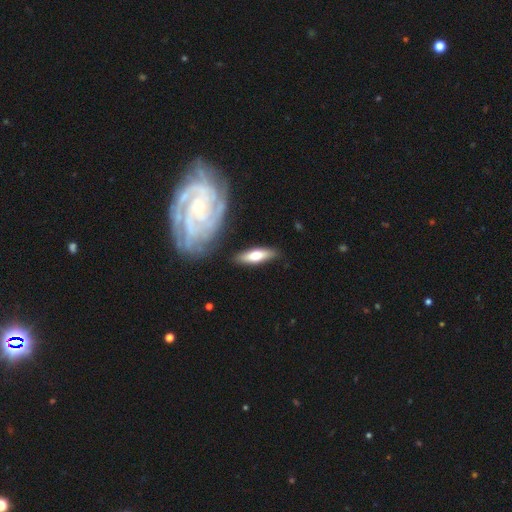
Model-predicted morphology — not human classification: type=smooth (55%); roundness=cigar-shaped (52%); merging=none (82%).